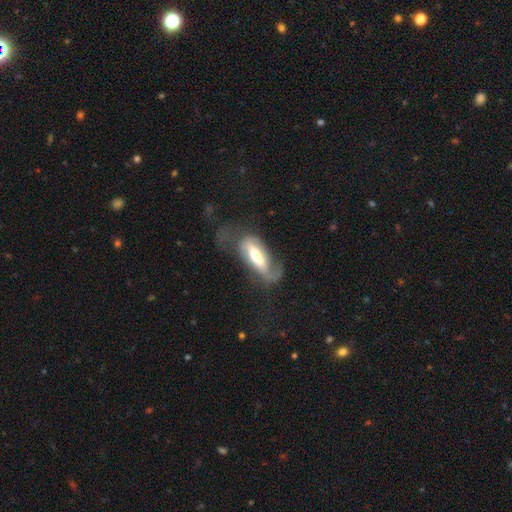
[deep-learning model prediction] Smooth or featured?
  - featured or disk: 53% *
  - smooth: 40%
  - star or artifact: 7%
Edge-on disk?
  - no: 75% *
  - yes: 25%
Merging?
  - major disturbance: 42% *
  - none: 32%
  - minor disturbance: 23%
  - merger: 3%